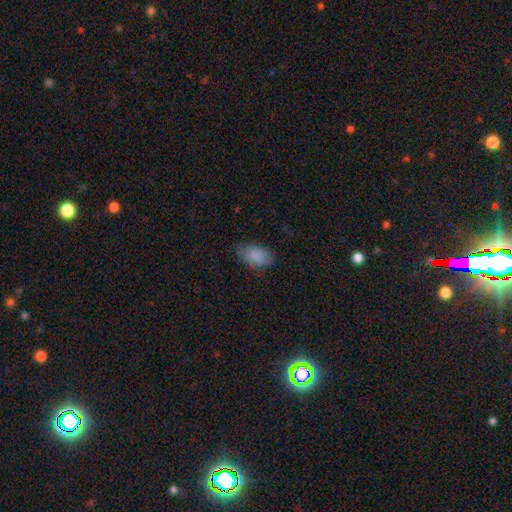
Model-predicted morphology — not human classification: A smooth galaxy with no disk features (86%) that is in between round and cigar-shaped (90%).

Vote fractions:
- Smooth or featured? smooth: 86% / featured or disk: 7% / star or artifact: 7%
- How rounded? in between: 90% / round: 8% / cigar-shaped: 1%
- Merging? none: 71% / minor disturbance: 22% / major disturbance: 6% / merger: 1%